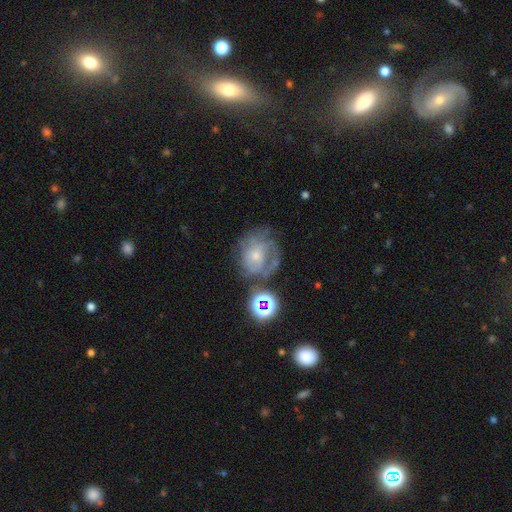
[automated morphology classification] The model was most divided on "bulge size": small: 58%, moderate: 33%, none: 5%, large: 3%, dominant: 1%. More confident: edge-on disk — no (97%); bar — no (73%); spiral arms — yes (73%); smooth or featured — featured or disk (59%); merging — none (52%).